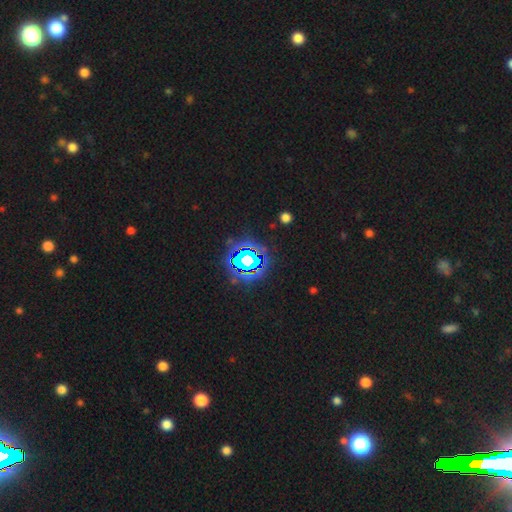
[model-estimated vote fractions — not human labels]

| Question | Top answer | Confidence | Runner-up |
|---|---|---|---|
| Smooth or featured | star or artifact | 83% | smooth (10%) |